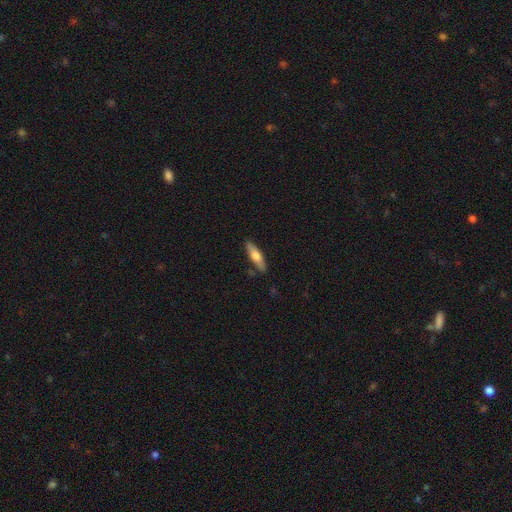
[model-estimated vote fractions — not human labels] Morphology: type=smooth (54%); roundness=cigar-shaped (69%); merging=none (85%).